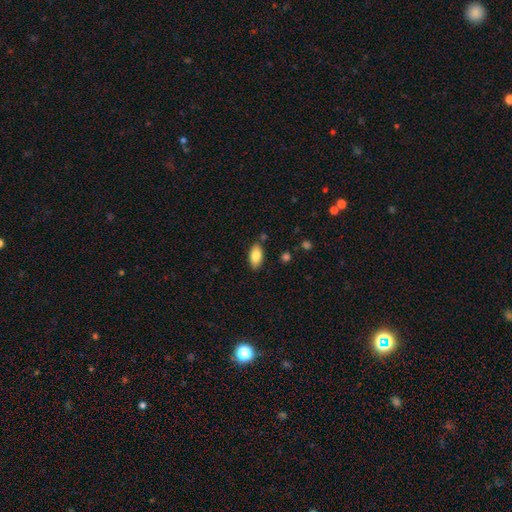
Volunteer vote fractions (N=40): smooth 90%, featured or disk 8%, star or artifact 2%. Down the decision tree: how rounded — in between (94%); merging — none (79%).